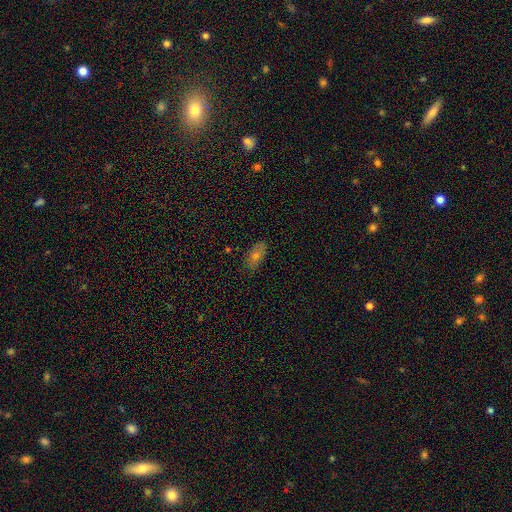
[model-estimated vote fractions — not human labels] Q: Smooth or featured?
A: smooth (59%); runner-up: featured or disk (24%)
Q: How rounded?
A: in between (85%); runner-up: cigar-shaped (9%)
Q: Merging?
A: none (81%); runner-up: minor disturbance (15%)